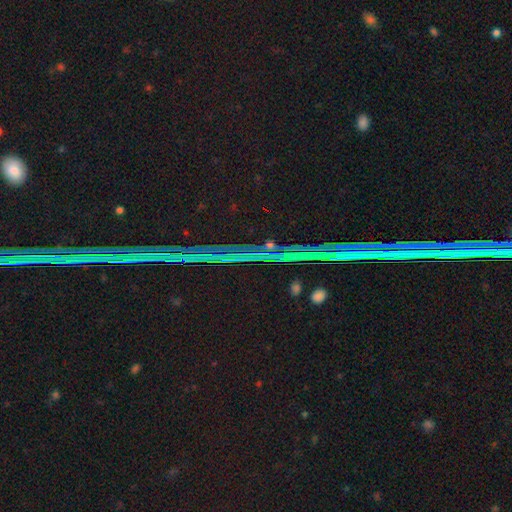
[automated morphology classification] smooth-or-featured: star or artifact: 89% | featured or disk: 6% | smooth: 5%